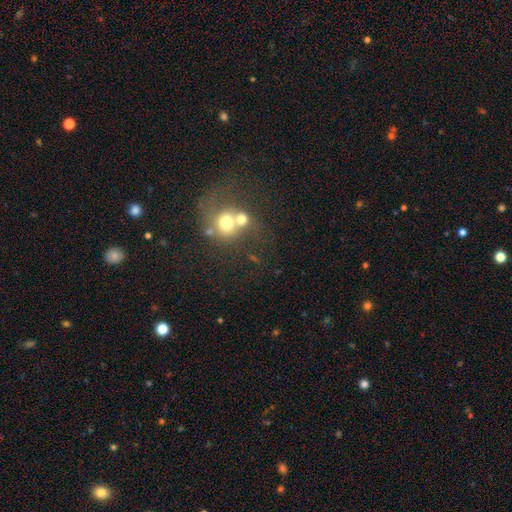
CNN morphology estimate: Smooth or featured? Predicted: smooth (p=0.45). Merging? Predicted: merger (p=0.56).